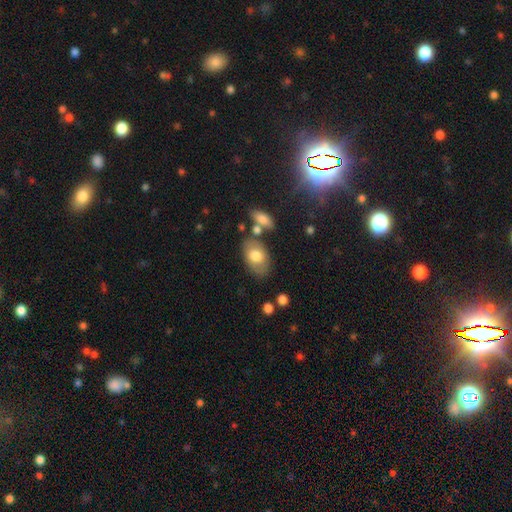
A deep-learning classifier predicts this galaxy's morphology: A smooth galaxy with no disk features (73%) that is in between round and cigar-shaped (89%).

Vote fractions:
- Smooth or featured? smooth: 73% / featured or disk: 20% / star or artifact: 7%
- How rounded? in between: 89% / round: 10% / cigar-shaped: 1%
- Merging? none: 69% / minor disturbance: 16% / merger: 10% / major disturbance: 5%